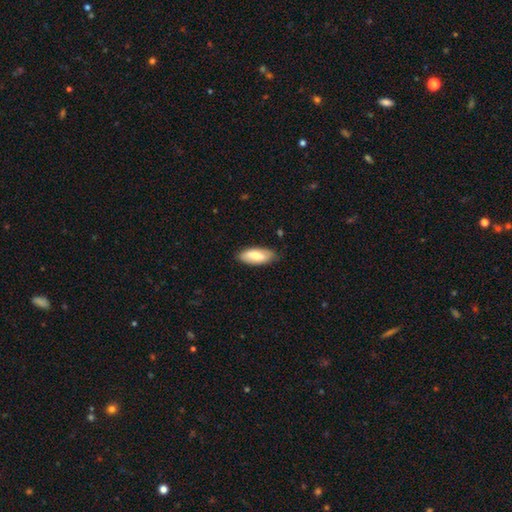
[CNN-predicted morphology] A smooth galaxy with no disk features (71%) that is in between round and cigar-shaped (86%). Merging: none (81%).